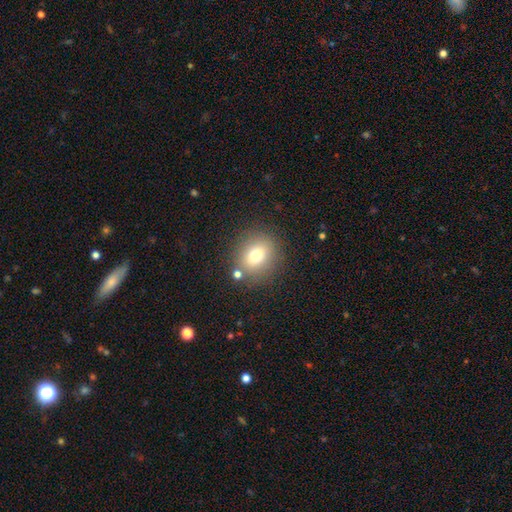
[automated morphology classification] smooth-or-featured: smooth: 75% | star or artifact: 13% | featured or disk: 13%
  how-rounded: round: 65% | in between: 34% | cigar-shaped: 1%
  merging: none: 81% | minor disturbance: 10% | merger: 5% | major disturbance: 4%